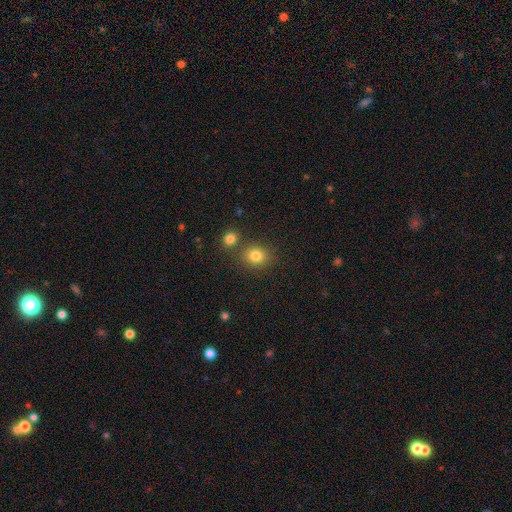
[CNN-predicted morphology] A smooth galaxy with no disk features (80%) that is round (71%). Merging: none (74%).